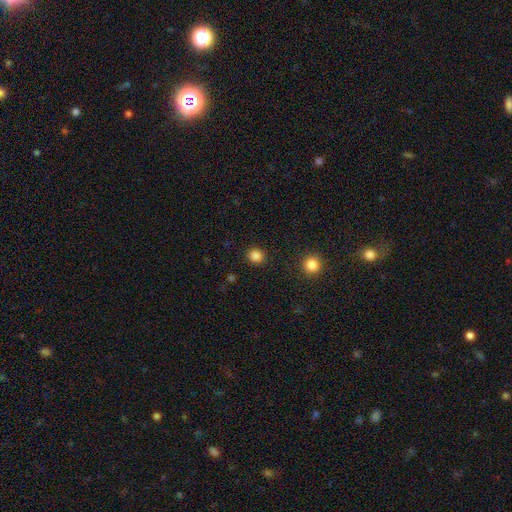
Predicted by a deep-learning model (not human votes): Smooth or featured? Predicted: smooth (p=0.85). How rounded? Predicted: round (p=0.88). Merging? Predicted: none (p=0.91).